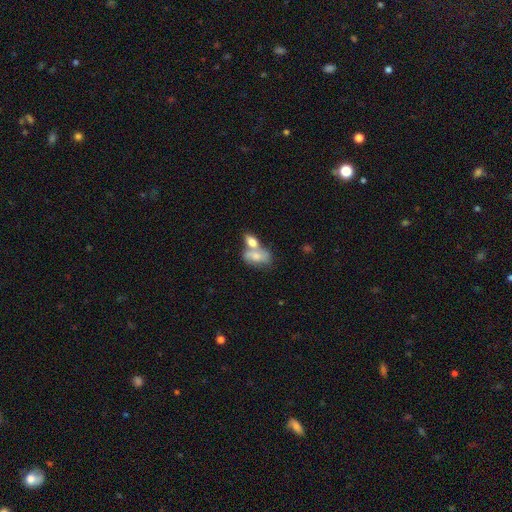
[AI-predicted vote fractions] Smooth or featured: smooth — 70% (featured or disk — 23%)
How rounded: in between — 86% (round — 8%)
Merging: merger — 61% (none — 23%)